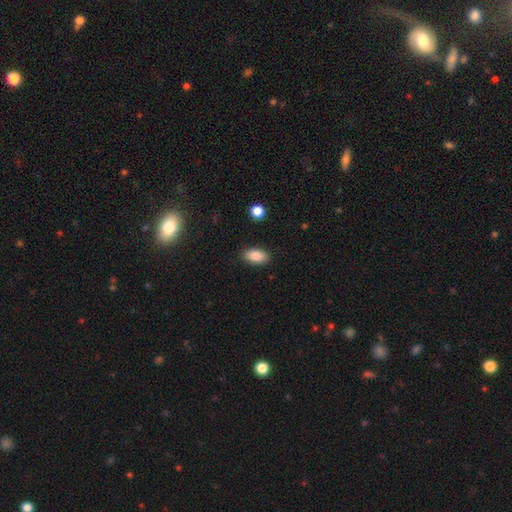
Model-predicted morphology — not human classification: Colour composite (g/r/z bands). It shows a smooth galaxy with no disk features (86%) that is in between round and cigar-shaped (91%). Merging: none (88%).